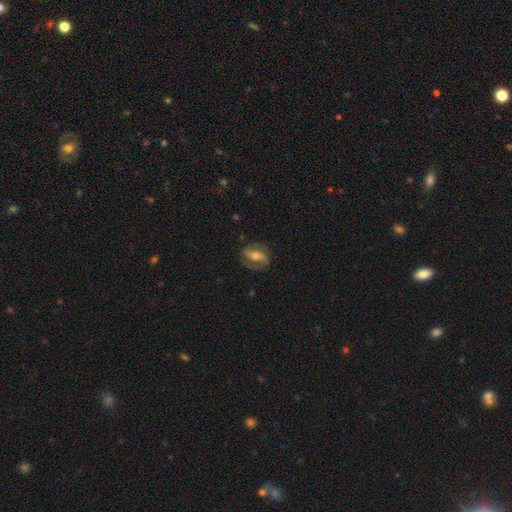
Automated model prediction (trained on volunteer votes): Morphology: type=featured or disk (66%); edge-on=no (90%); bar=strong (47%); spiral arms=yes (78%); bulge=moderate (63%); merging=none (72%).